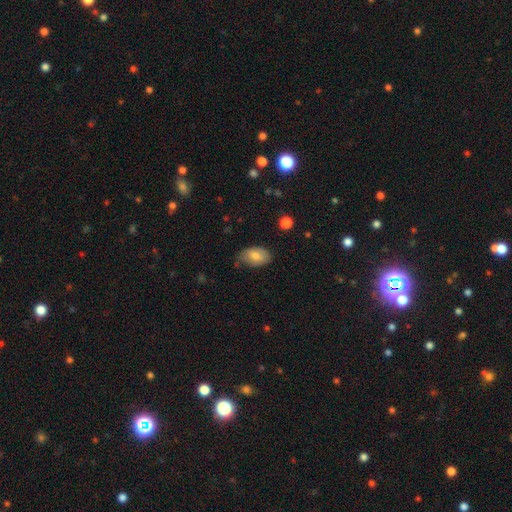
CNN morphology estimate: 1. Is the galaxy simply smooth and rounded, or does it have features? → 78% smooth, 15% featured or disk, 7% star or artifact.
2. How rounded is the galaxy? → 92% in between, 7% round, 1% cigar-shaped.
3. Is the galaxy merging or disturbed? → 62% none, 31% minor disturbance, 6% major disturbance, 2% merger.